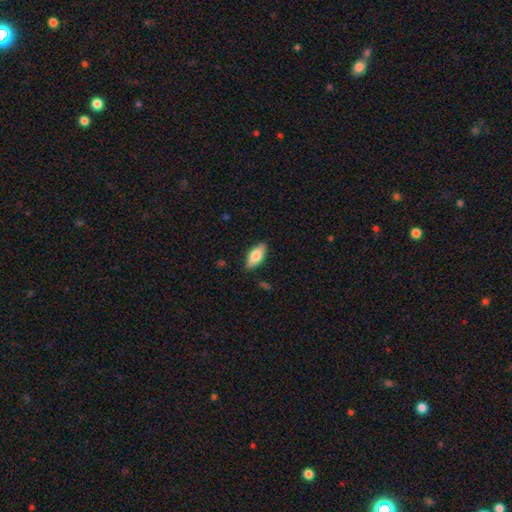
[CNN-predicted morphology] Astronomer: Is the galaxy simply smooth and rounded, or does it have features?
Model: smooth — 70%.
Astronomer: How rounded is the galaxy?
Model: in between — 82%.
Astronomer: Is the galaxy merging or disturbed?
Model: none — 86%.